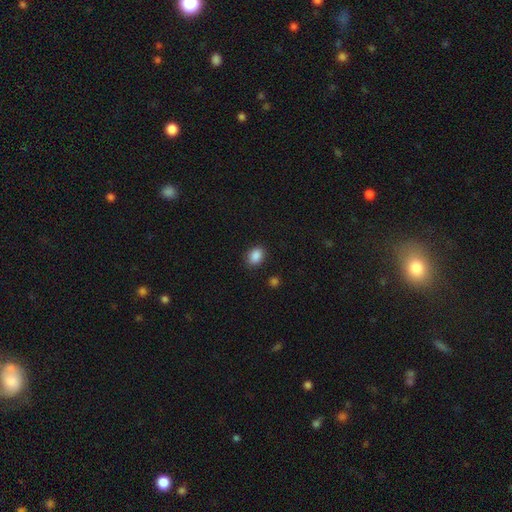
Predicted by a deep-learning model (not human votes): smooth-or-featured: smooth: 88% | star or artifact: 9% | featured or disk: 3%
  how-rounded: in between: 72% | round: 27% | cigar-shaped: 1%
  merging: none: 86% | minor disturbance: 10% | major disturbance: 3% | merger: 1%